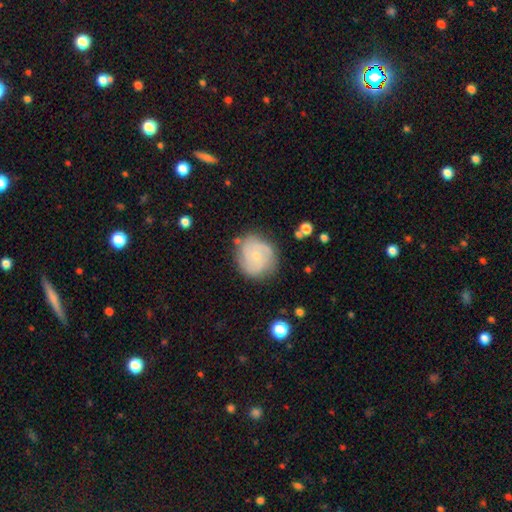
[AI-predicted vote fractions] Smooth or featured? Predicted: featured or disk (p=0.61). Edge-on disk? Predicted: no (p=0.98). Bar? Predicted: no (p=0.74). Spiral arms? Predicted: yes (p=0.87). Spiral winding? Predicted: tight (p=0.52). Spiral arm count? Predicted: 2 (p=0.45). Bulge size? Predicted: small (p=0.73). Merging? Predicted: none (p=0.74).